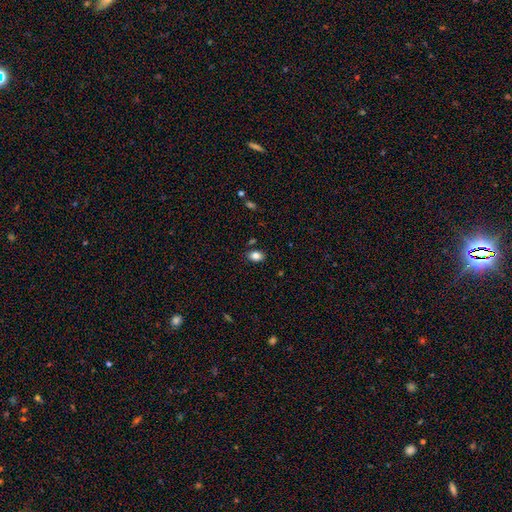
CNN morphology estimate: Q: Smooth or featured?
A: smooth (83%); runner-up: star or artifact (10%)
Q: How rounded?
A: in between (81%); runner-up: round (17%)
Q: Merging?
A: none (84%); runner-up: minor disturbance (11%)